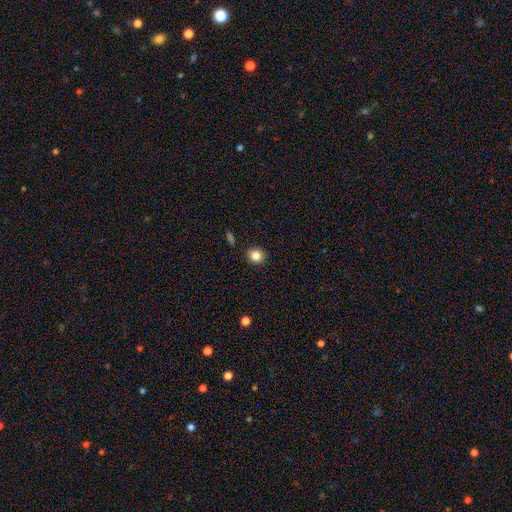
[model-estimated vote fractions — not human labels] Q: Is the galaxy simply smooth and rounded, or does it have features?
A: smooth — 84%.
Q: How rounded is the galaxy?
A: round — 85%.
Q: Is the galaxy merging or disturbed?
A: none — 91%.